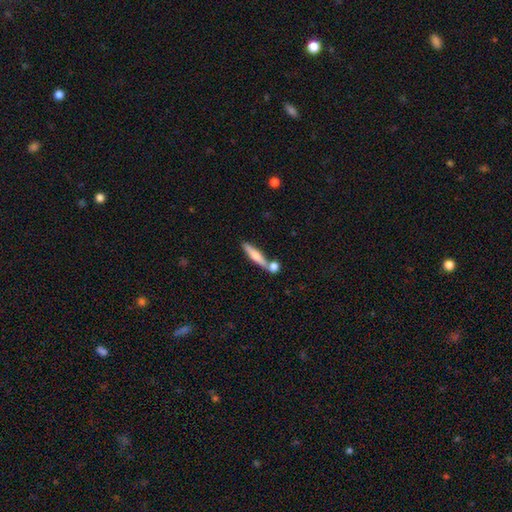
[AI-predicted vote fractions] Smooth or featured? Predicted: smooth (p=0.59). How rounded? Predicted: cigar-shaped (p=0.83). Merging? Predicted: none (p=0.63).